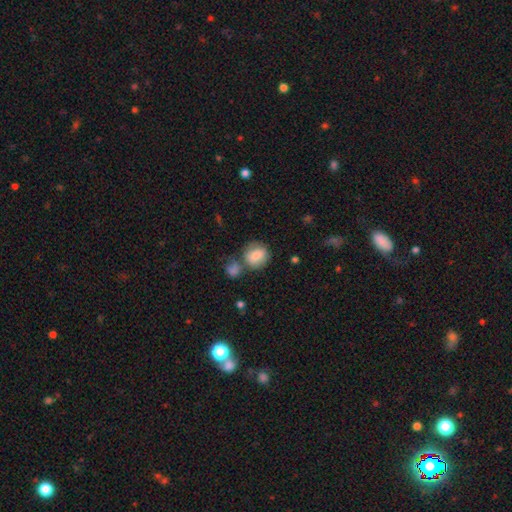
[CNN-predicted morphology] Q: Smooth or featured?
A: smooth (78%); runner-up: featured or disk (14%)
Q: How rounded?
A: round (70%); runner-up: in between (28%)
Q: Merging?
A: none (53%); runner-up: merger (25%)